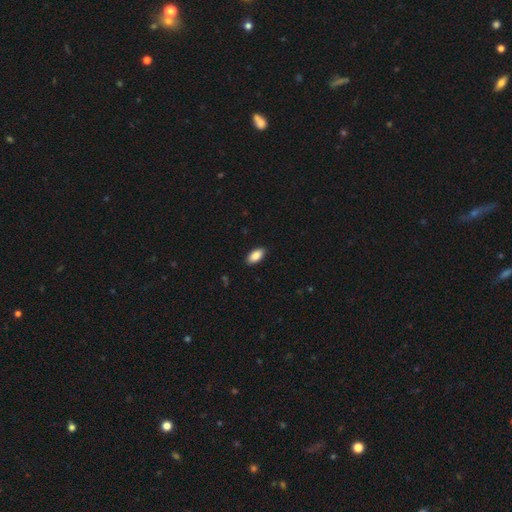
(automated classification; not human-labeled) Smooth or featured? smooth (88%)
How rounded? in between (93%)
Merging? none (89%)